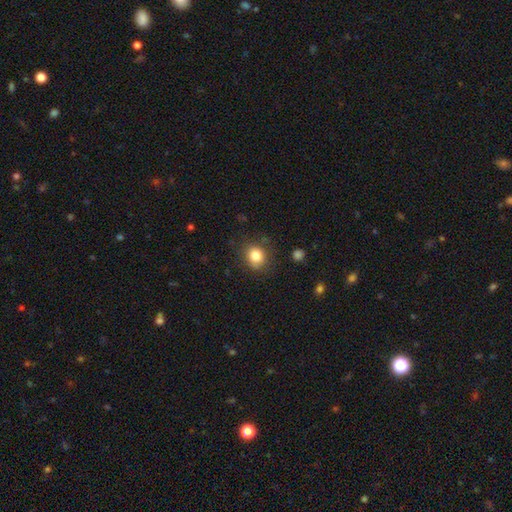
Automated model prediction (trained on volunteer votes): smooth 83%, star or artifact 11%, featured or disk 7%. Down the decision tree: how rounded — round (72%); merging — none (81%).